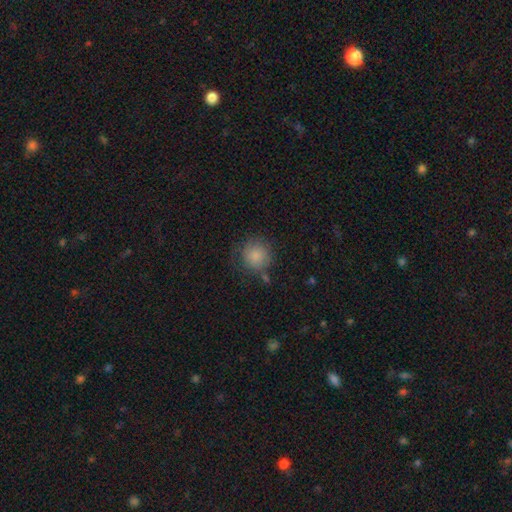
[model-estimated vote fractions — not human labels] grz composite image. It shows a smooth galaxy with no disk features (85%) that is round (92%). Merging: none (71%).